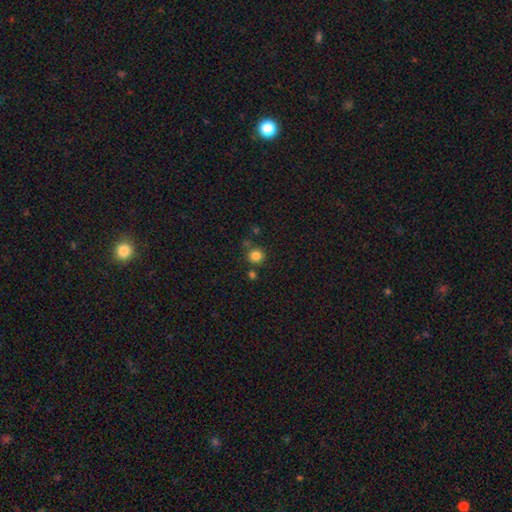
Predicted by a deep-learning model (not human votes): Smooth or featured?
  - smooth: 83% *
  - star or artifact: 13%
  - featured or disk: 4%
How rounded?
  - round: 92% *
  - in between: 7%
  - cigar-shaped: 1%
Merging?
  - none: 77% *
  - merger: 10%
  - minor disturbance: 9%
  - major disturbance: 4%